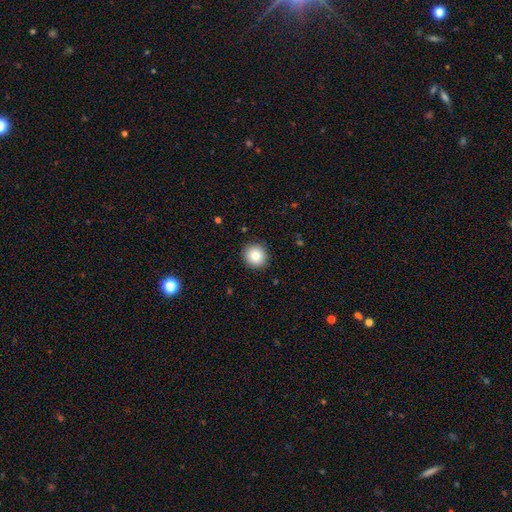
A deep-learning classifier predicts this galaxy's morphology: This is clearly a smooth galaxy (83%). How rounded: clearly round (92%). Merging: clearly none (91%).